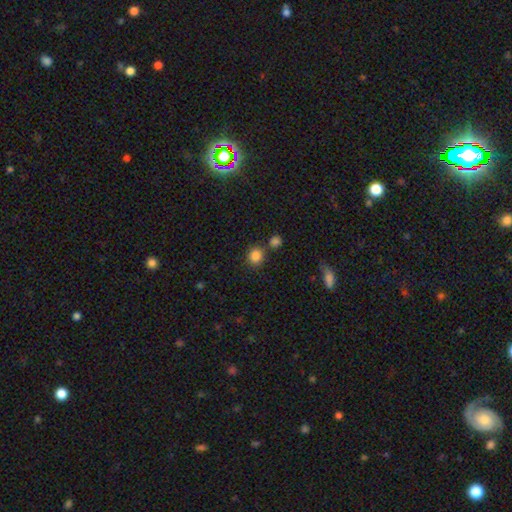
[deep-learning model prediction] Q: Smooth or featured?
A: smooth (85%); runner-up: star or artifact (11%)
Q: How rounded?
A: round (84%); runner-up: in between (15%)
Q: Merging?
A: none (73%); runner-up: merger (15%)